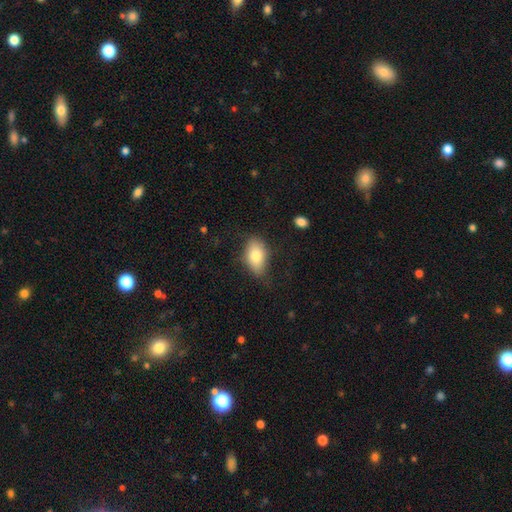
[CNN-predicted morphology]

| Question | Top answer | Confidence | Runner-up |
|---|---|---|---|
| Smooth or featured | smooth | 79% | featured or disk (14%) |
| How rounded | in between | 89% | round (8%) |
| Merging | none | 70% | minor disturbance (22%) |